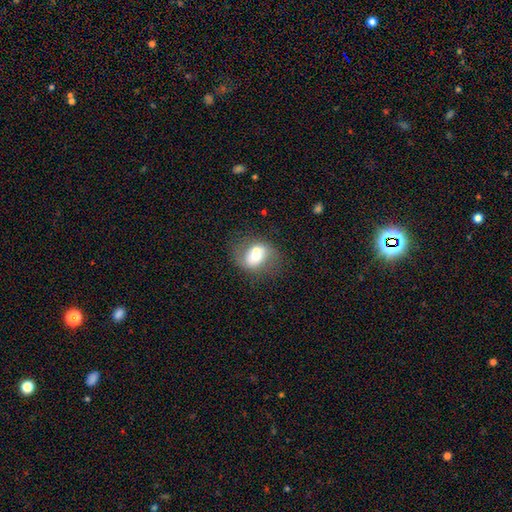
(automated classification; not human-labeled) Smooth or featured: smooth — 47% (featured or disk — 44%)
Merging: none — 42% (merger — 34%)